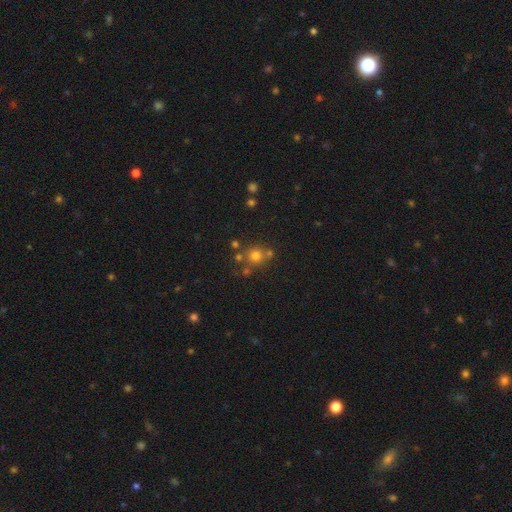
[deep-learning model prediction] Smooth or featured: smooth — 70% (star or artifact — 20%)
How rounded: round — 89% (in between — 10%)
Merging: none — 67% (merger — 18%)